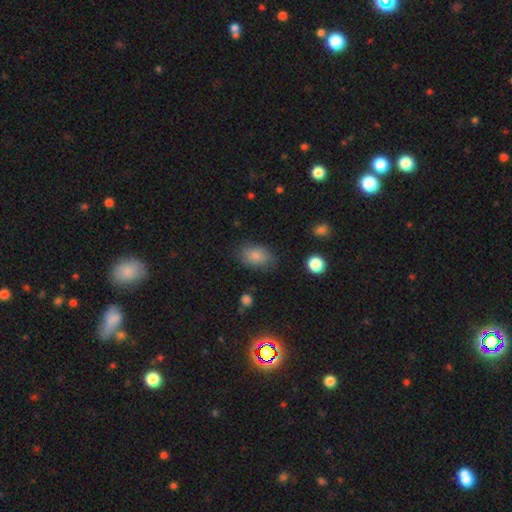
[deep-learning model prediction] Q: Smooth or featured?
A: smooth (84%); runner-up: star or artifact (9%)
Q: How rounded?
A: in between (82%); runner-up: round (16%)
Q: Merging?
A: none (74%); runner-up: minor disturbance (18%)